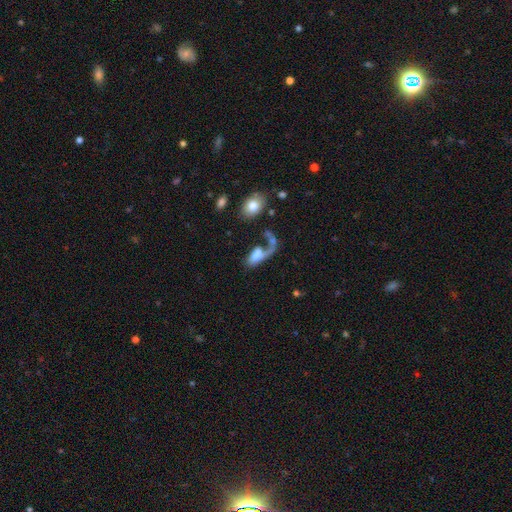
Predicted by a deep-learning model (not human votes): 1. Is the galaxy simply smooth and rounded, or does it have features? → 54% smooth, 37% featured or disk, 9% star or artifact.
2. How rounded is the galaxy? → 81% in between, 11% cigar-shaped, 8% round.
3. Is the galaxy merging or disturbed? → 38% major disturbance, 29% merger, 22% none, 11% minor disturbance.